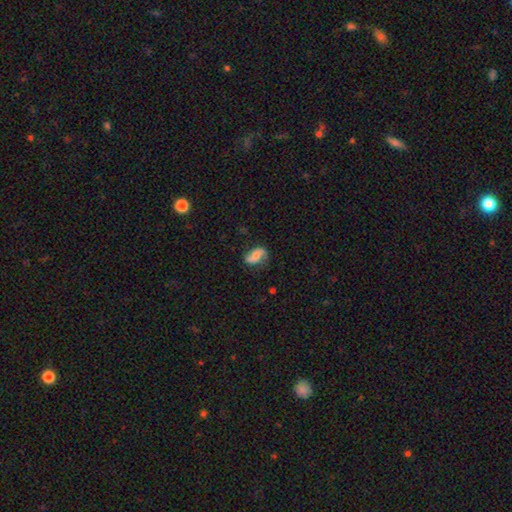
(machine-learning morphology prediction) Smooth or featured: featured or disk — 53% (smooth — 39%)
Edge-on disk: no — 95% (yes — 5%)
Merging: none — 67% (minor disturbance — 23%)